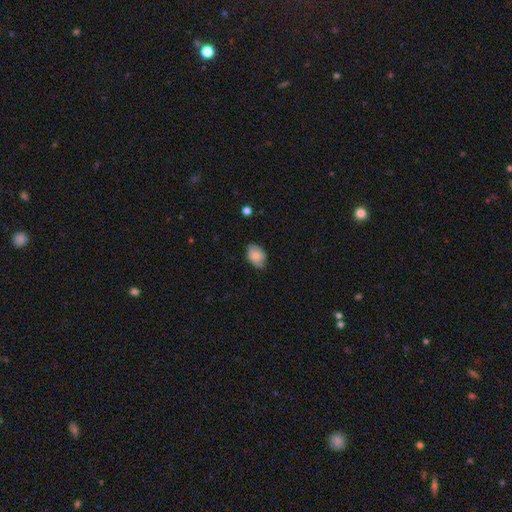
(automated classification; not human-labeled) Smooth or featured: smooth — 78% (featured or disk — 15%)
How rounded: in between — 85% (round — 14%)
Merging: none — 66% (minor disturbance — 28%)